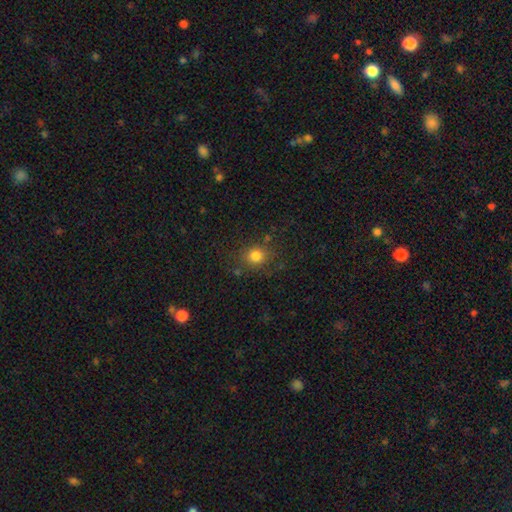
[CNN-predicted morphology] smooth_or_featured: smooth (p=0.80) [alt: star or artifact p=0.13]
how_rounded: round (p=0.77) [alt: in between p=0.22]
merging: none (p=0.78) [alt: minor disturbance p=0.13]